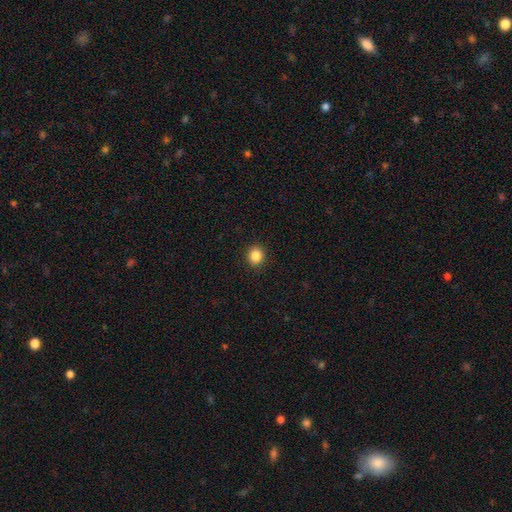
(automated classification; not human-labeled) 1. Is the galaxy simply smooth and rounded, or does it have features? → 85% smooth, 10% star or artifact, 4% featured or disk.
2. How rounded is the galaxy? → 83% round, 16% in between, 1% cigar-shaped.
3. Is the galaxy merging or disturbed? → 92% none, 5% minor disturbance, 2% major disturbance, 1% merger.